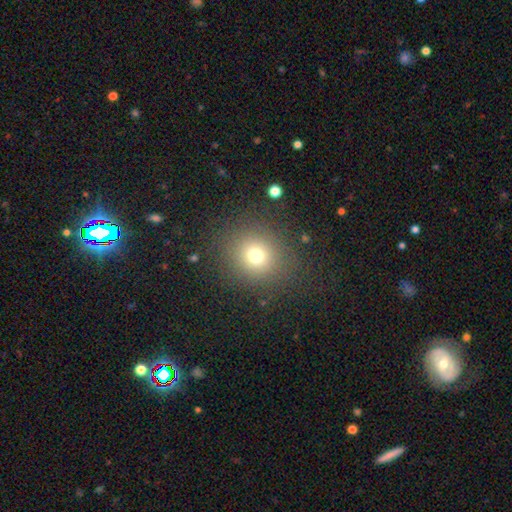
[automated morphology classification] Smooth or featured?
  - smooth: 71% *
  - star or artifact: 18%
  - featured or disk: 10%
How rounded?
  - round: 88% *
  - in between: 11%
  - cigar-shaped: 1%
Merging?
  - none: 85% *
  - minor disturbance: 8%
  - major disturbance: 5%
  - merger: 1%